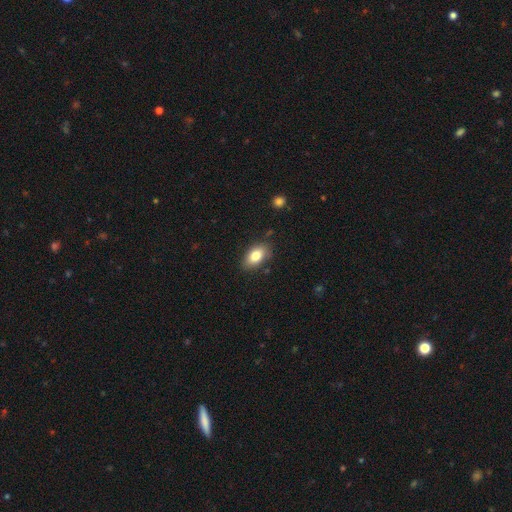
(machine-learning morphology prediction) Smooth or featured: smooth — 82% (featured or disk — 11%)
How rounded: in between — 91% (round — 7%)
Merging: none — 81% (minor disturbance — 14%)